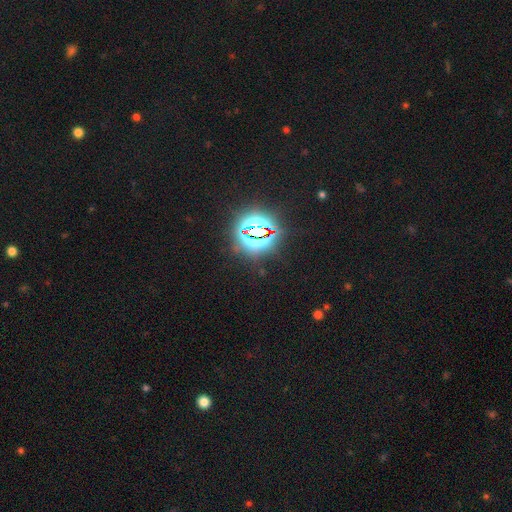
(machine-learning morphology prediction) This appears to be a star or artifact, not a galaxy (83%).